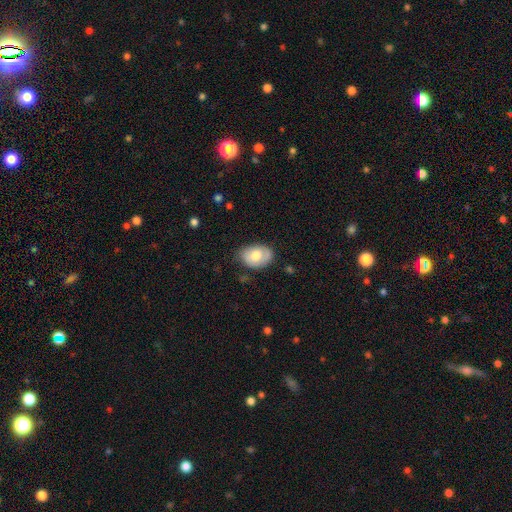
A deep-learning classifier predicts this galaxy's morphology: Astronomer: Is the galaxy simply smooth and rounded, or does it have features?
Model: smooth — 68%.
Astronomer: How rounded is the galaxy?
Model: in between — 80%.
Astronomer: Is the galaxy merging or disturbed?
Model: none — 69%.